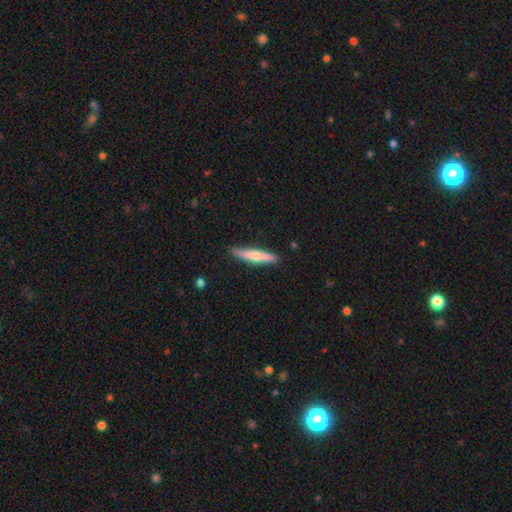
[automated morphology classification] A smooth galaxy with no disk features (60%) that is cigar-shaped (89%). Merging: none (87%).